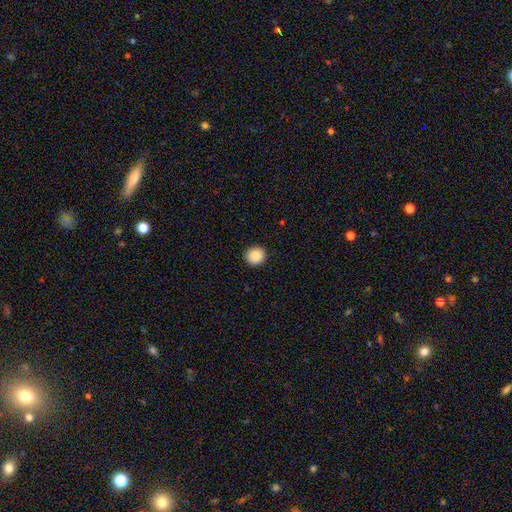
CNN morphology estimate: smooth-or-featured: smooth: 86% | star or artifact: 9% | featured or disk: 5%
  how-rounded: round: 93% | in between: 6% | cigar-shaped: 1%
  merging: none: 92% | minor disturbance: 6% | major disturbance: 2% | merger: 1%